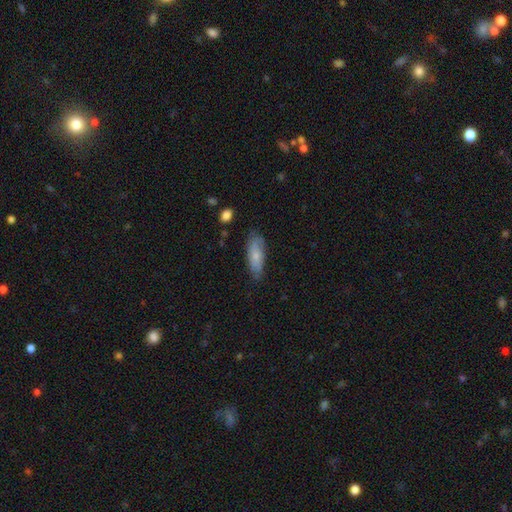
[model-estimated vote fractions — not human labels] Smooth or featured? Predicted: smooth (p=0.69). How rounded? Predicted: in between (p=0.65). Merging? Predicted: none (p=0.71).